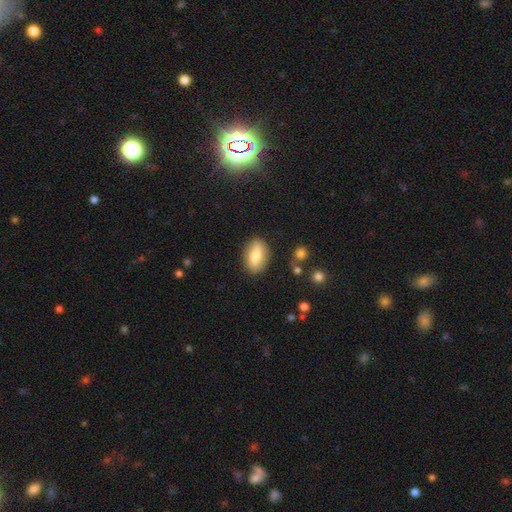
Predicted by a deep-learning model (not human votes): Smooth or featured? Predicted: smooth (p=0.71). How rounded? Predicted: in between (p=0.86). Merging? Predicted: none (p=0.84).